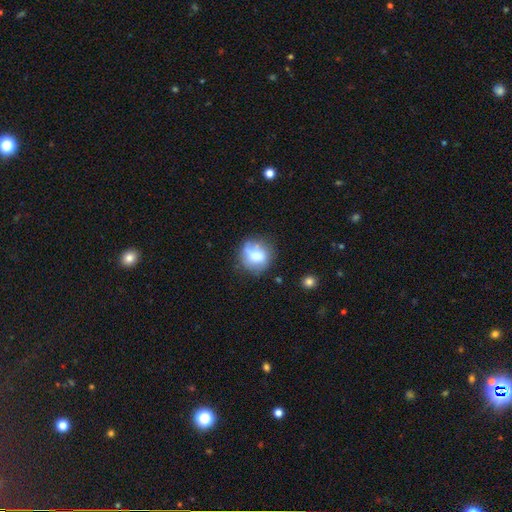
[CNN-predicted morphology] smooth-or-featured: smooth: 65% | featured or disk: 25% | star or artifact: 10%
  how-rounded: round: 78% | in between: 21% | cigar-shaped: 1%
  merging: none: 56% | minor disturbance: 26% | major disturbance: 11% | merger: 7%